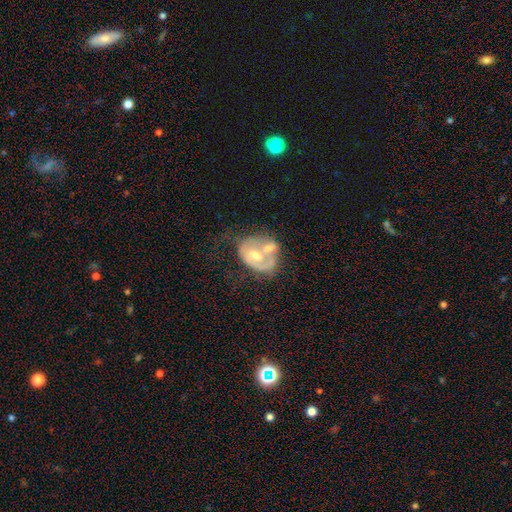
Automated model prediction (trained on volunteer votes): featured or disk 58%, smooth 35%, star or artifact 6%. Down the decision tree: edge-on disk — no (97%); bar — no (78%); spiral arms — no (67%); bulge size — moderate (69%); merging — merger (62%).